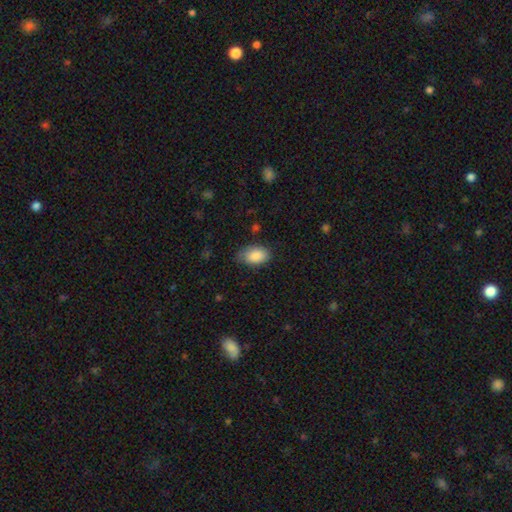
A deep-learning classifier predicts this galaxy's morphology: smooth_or_featured: smooth (p=0.88) [alt: star or artifact p=0.07]
how_rounded: in between (p=0.90) [alt: round p=0.09]
merging: none (p=0.70) [alt: minor disturbance p=0.24]